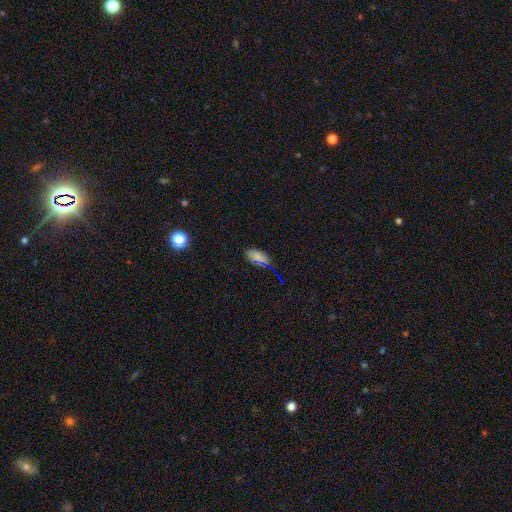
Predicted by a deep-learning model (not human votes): smooth_or_featured: smooth (p=0.67) [alt: star or artifact p=0.25]
how_rounded: in between (p=0.91) [alt: round p=0.05]
merging: none (p=0.79) [alt: minor disturbance p=0.14]